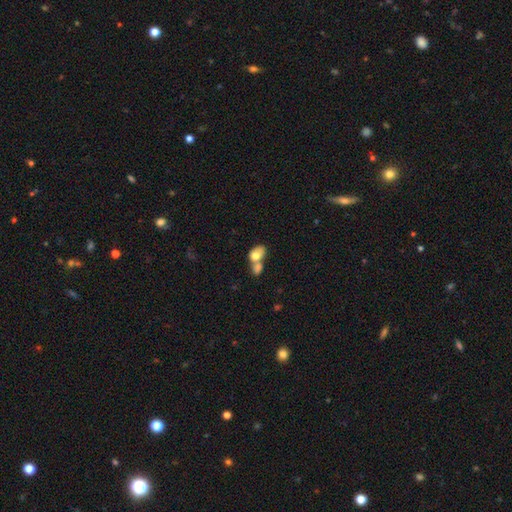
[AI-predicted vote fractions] Smooth or featured: smooth — 73% (featured or disk — 20%)
How rounded: in between — 77% (round — 21%)
Merging: merger — 72% (none — 16%)